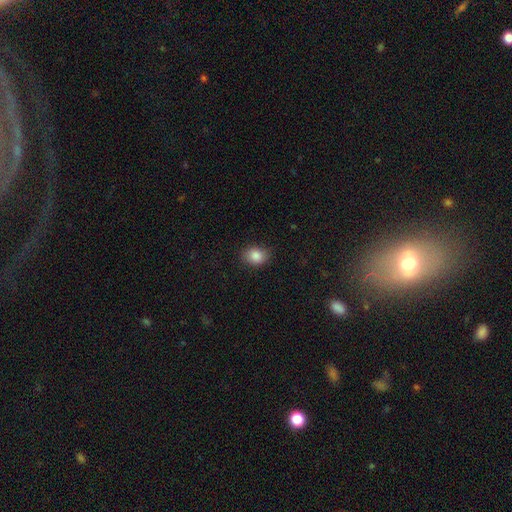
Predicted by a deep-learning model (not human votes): Smooth or featured? smooth (87%)
How rounded? in between (53%)
Merging? none (80%)